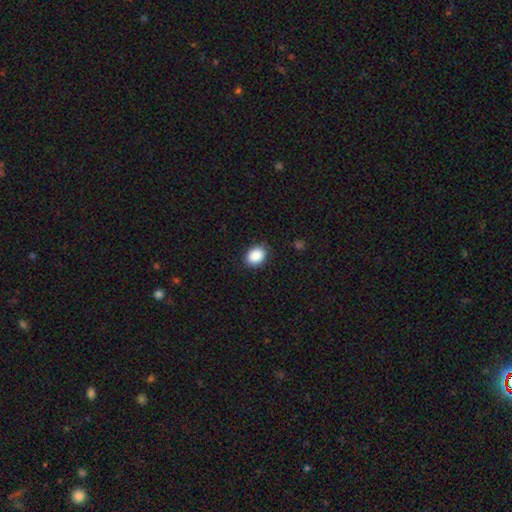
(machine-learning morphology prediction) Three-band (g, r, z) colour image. It shows a smooth galaxy with no disk features (89%) that is in between round and cigar-shaped (64%). Merging: none (86%).